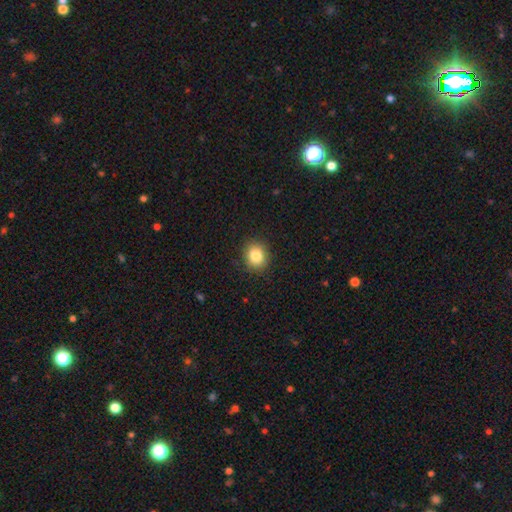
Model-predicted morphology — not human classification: smooth_or_featured: smooth (p=0.84) [alt: star or artifact p=0.10]
how_rounded: round (p=0.72) [alt: in between p=0.27]
merging: none (p=0.89) [alt: minor disturbance p=0.07]